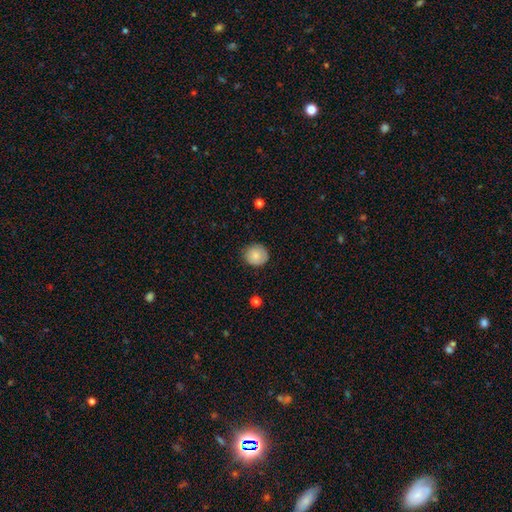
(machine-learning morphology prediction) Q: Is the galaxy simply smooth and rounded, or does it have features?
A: smooth — 84%.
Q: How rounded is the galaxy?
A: round — 88%.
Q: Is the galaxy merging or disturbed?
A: none — 85%.